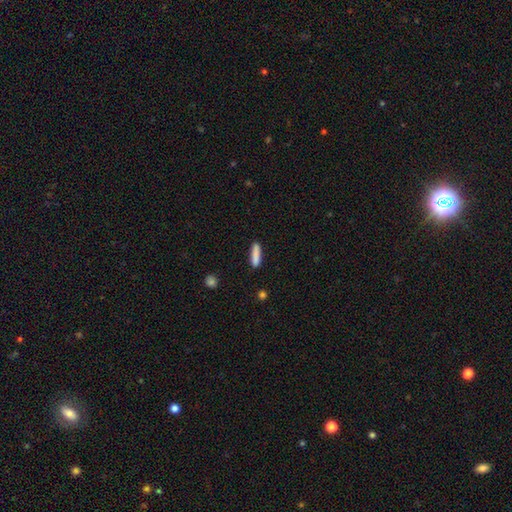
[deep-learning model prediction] Smooth or featured? Predicted: smooth (p=0.87). How rounded? Predicted: cigar-shaped (p=0.81). Merging? Predicted: none (p=0.87).